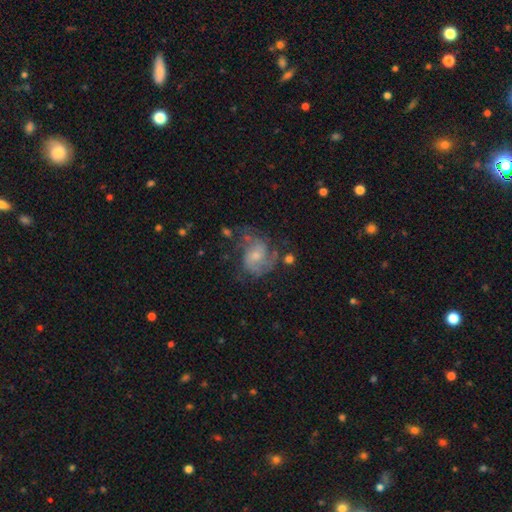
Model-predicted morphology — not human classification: Smooth or featured?
  - featured or disk: 72% *
  - smooth: 20%
  - star or artifact: 8%
Edge-on disk?
  - no: 98% *
  - yes: 2%
Bar?
  - no: 62% *
  - weak: 33%
  - strong: 5%
Spiral arms?
  - yes: 87% *
  - no: 13%
Spiral winding?
  - medium: 48% *
  - tight: 30%
  - loose: 22%
Spiral arm count?
  - 2: 46% *
  - can't tell: 25%
  - 3: 16%
  - 1: 6%
  - 4: 4%
  - more than 4: 3%
Bulge size?
  - small: 54% *
  - moderate: 35%
  - none: 6%
  - large: 3%
  - dominant: 1%
Merging?
  - none: 49% *
  - minor disturbance: 24%
  - major disturbance: 23%
  - merger: 5%